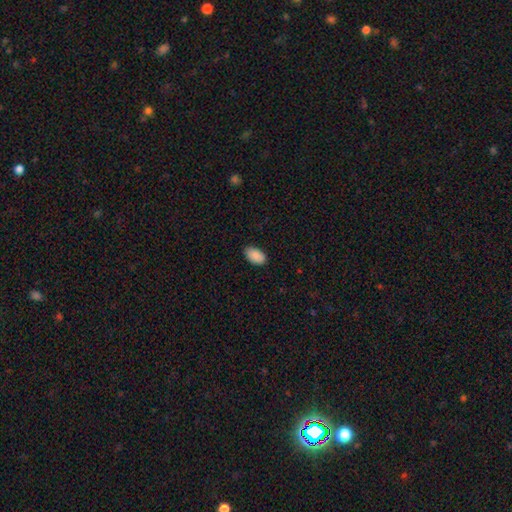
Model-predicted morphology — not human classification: smooth 90%, star or artifact 7%, featured or disk 3%. Down the decision tree: how rounded — in between (95%); merging — none (87%).